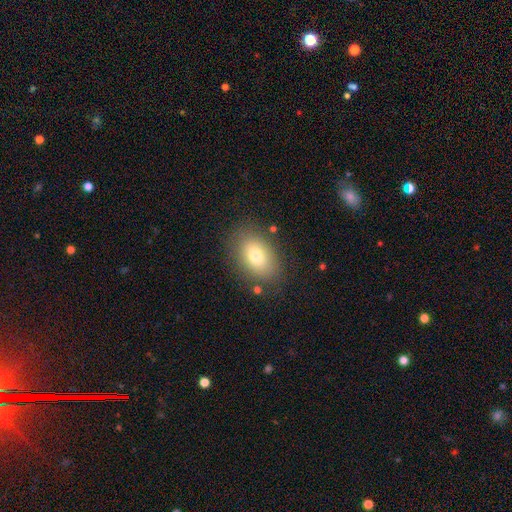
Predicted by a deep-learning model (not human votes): Morphology: type=smooth (77%); roundness=in between (85%); merging=none (81%).